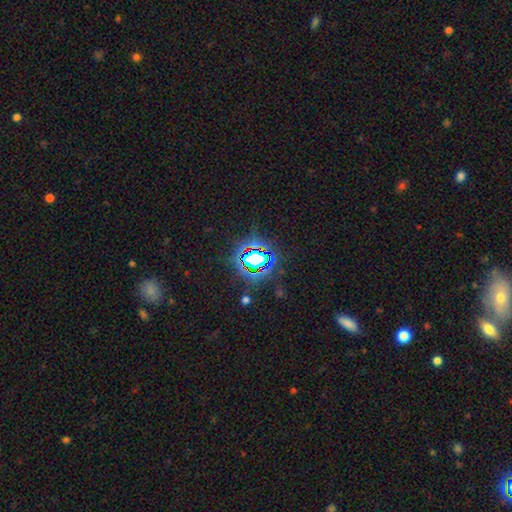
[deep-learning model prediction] smooth_or_featured: star or artifact (p=0.77) [alt: smooth p=0.14]